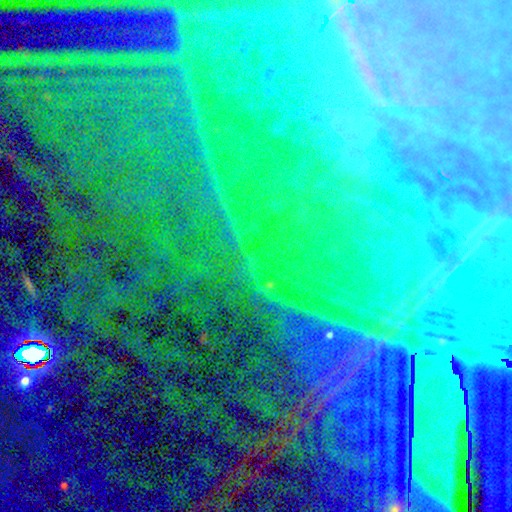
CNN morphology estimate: This appears to be a star or artifact, not a galaxy (83%).